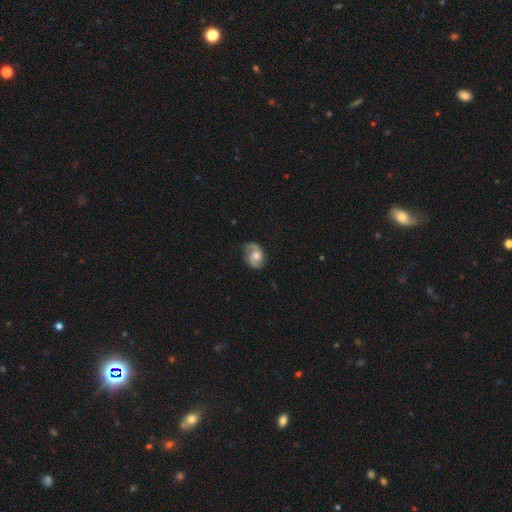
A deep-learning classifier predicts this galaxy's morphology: Smooth or featured? featured or disk (77%)
Edge-on disk? no (97%)
Bar? no (60%)
Spiral arms? yes (95%)
Spiral winding? medium (50%)
Spiral arm count? 2 (86%)
Bulge size? moderate (64%)
Merging? none (71%)